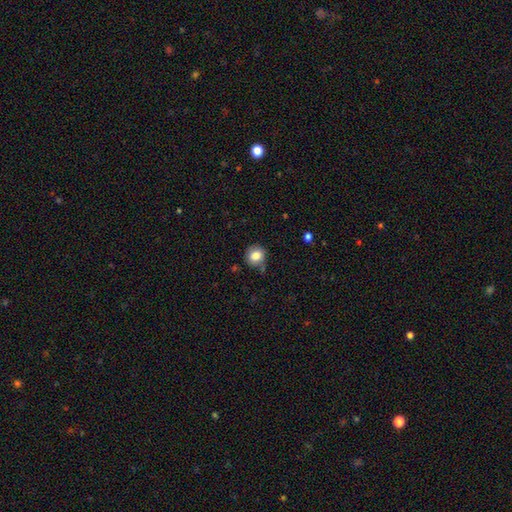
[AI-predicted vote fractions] Smooth or featured: smooth — 82% (star or artifact — 10%)
How rounded: round — 82% (in between — 17%)
Merging: none — 71% (minor disturbance — 20%)